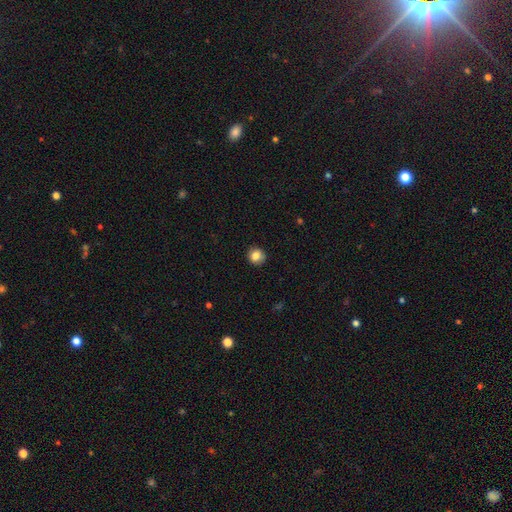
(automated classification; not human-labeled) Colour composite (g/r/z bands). It shows a smooth galaxy with no disk features (83%) that is round (90%). Merging: none (88%).